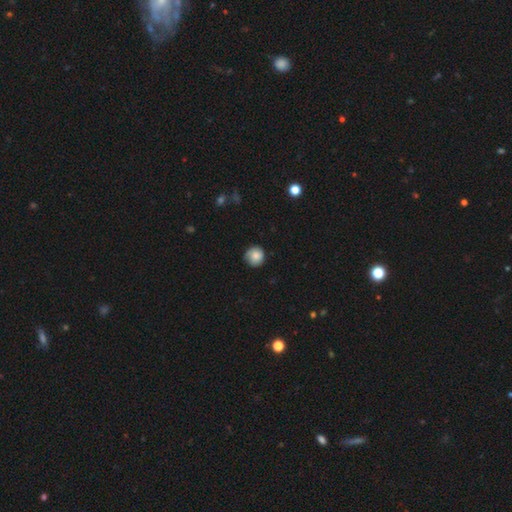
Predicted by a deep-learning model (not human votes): Overall: smooth (83%). How rounded: round (92%). Merging: none (75%).